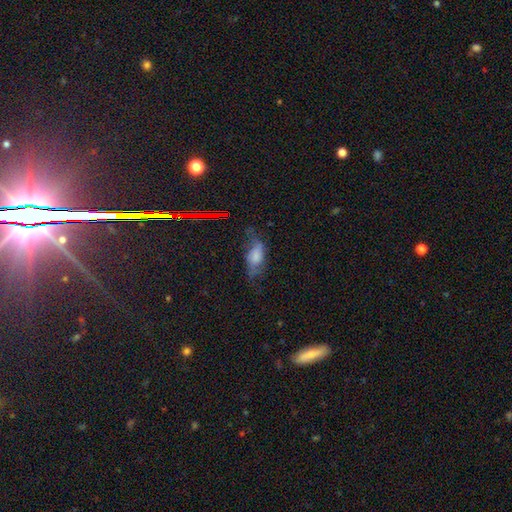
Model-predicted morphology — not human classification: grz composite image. It shows a smooth galaxy with no disk features (55%) that is in between round and cigar-shaped (82%). Merging: none (40%).